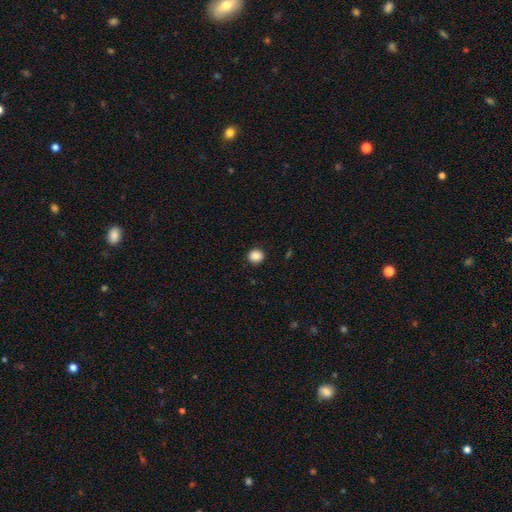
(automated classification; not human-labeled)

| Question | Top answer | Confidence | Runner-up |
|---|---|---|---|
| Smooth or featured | smooth | 87% | star or artifact (10%) |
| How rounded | round | 86% | in between (13%) |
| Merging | none | 91% | minor disturbance (6%) |